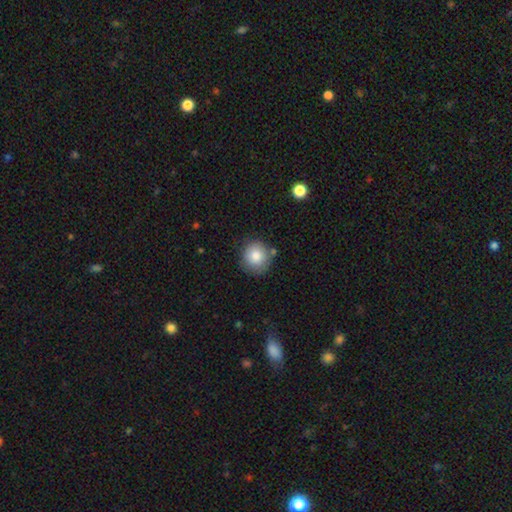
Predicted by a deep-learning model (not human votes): Q: Smooth or featured?
A: smooth (83%); runner-up: star or artifact (9%)
Q: How rounded?
A: round (90%); runner-up: in between (9%)
Q: Merging?
A: none (79%); runner-up: minor disturbance (13%)